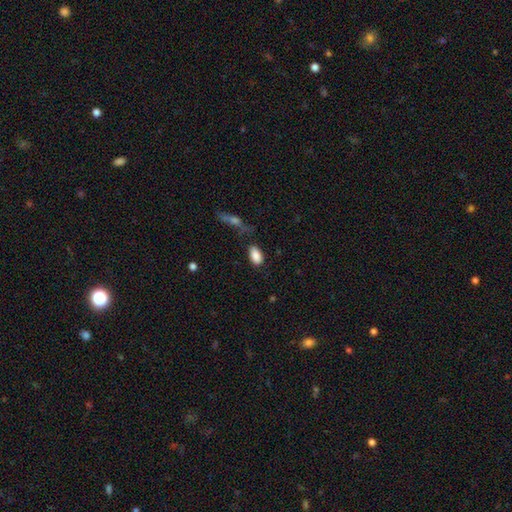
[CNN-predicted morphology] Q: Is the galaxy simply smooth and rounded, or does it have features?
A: smooth — 87%.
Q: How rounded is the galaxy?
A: in between — 92%.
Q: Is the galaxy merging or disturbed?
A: none — 76%.